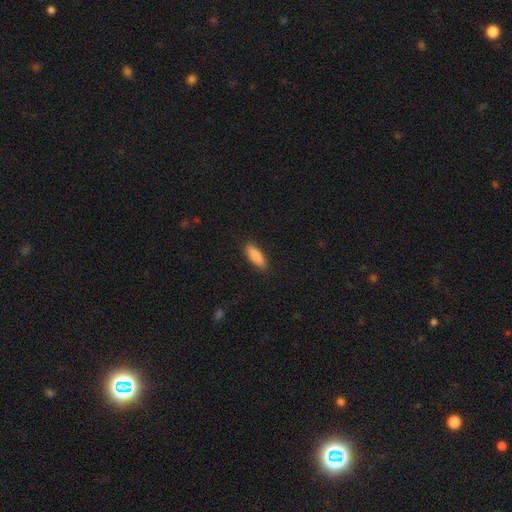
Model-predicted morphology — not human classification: Smooth or featured: smooth — 86% (featured or disk — 8%)
How rounded: in between — 53% (cigar-shaped — 45%)
Merging: none — 89% (minor disturbance — 8%)